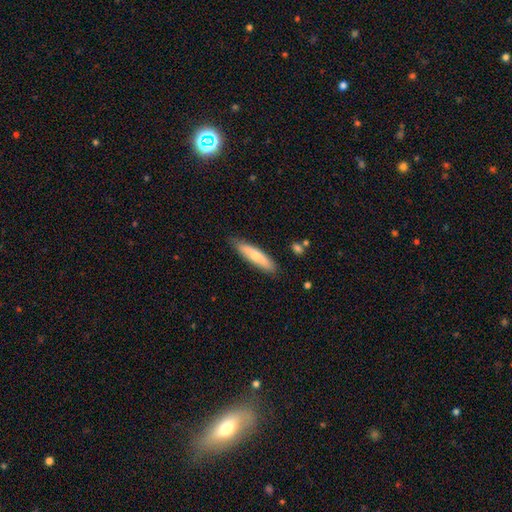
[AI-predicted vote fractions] Overall: smooth (70%). How rounded: cigar-shaped (81%). Merging: none (84%).